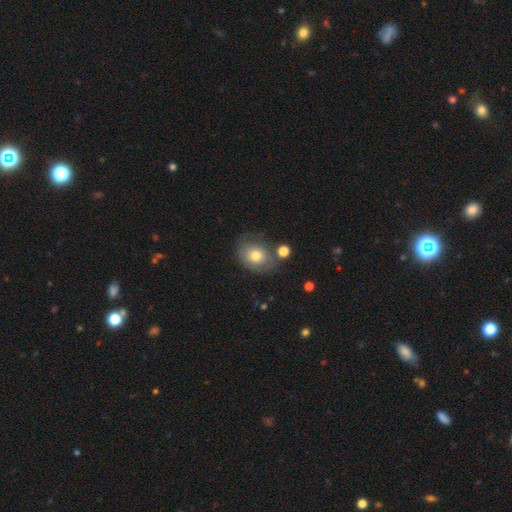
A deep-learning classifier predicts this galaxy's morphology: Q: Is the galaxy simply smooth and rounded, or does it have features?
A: smooth — 67%.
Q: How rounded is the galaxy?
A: in between — 50%.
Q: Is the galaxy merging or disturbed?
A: none — 55%.